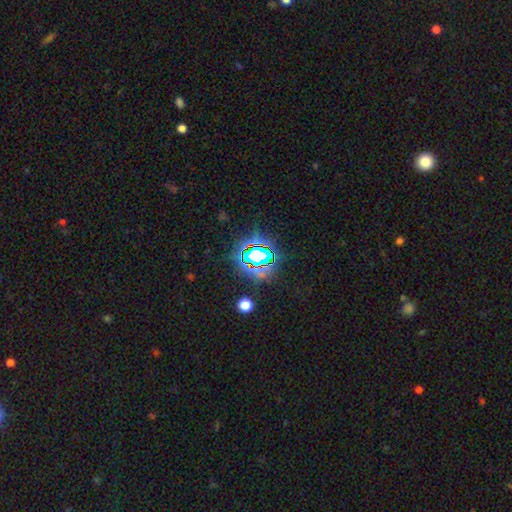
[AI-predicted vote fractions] This is likely a star or artifact rather than a galaxy (72%).